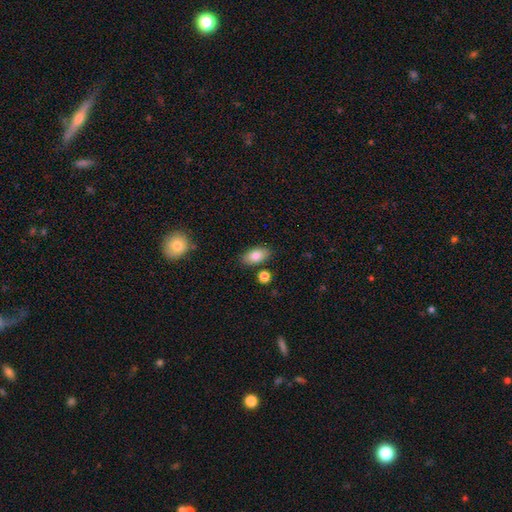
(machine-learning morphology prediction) A smooth galaxy with no disk features (82%) that is in between round and cigar-shaped (91%). Merging: none (83%).